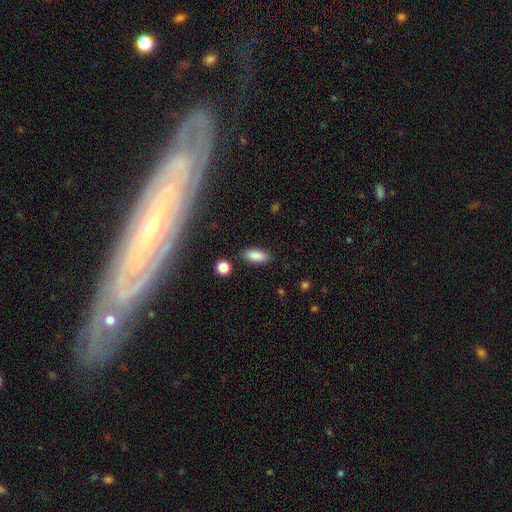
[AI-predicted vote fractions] Morphology: type=smooth (87%); roundness=in between (78%); merging=none (86%).